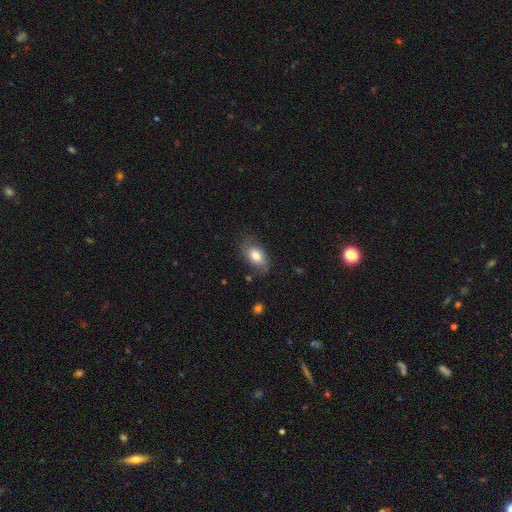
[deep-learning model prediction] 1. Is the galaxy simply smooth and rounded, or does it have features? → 76% smooth, 16% featured or disk, 8% star or artifact.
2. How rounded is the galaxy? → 89% in between, 9% round, 2% cigar-shaped.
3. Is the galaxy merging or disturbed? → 69% none, 23% minor disturbance, 7% major disturbance, 2% merger.